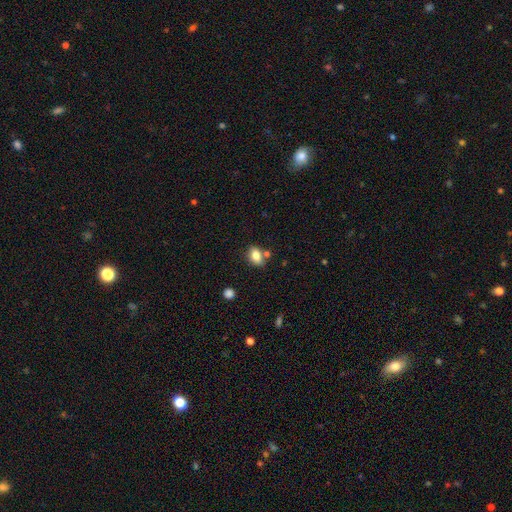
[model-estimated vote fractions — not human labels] This is clearly a smooth galaxy (81%). How rounded: likely in between (79%). Merging: likely none (66%).